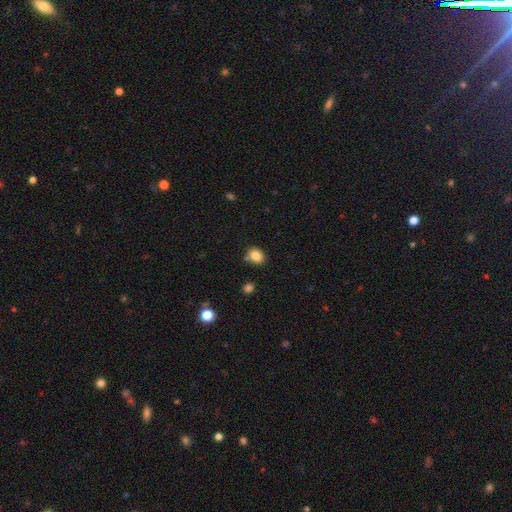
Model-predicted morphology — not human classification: Smooth or featured? smooth (84%)
How rounded? in between (54%)
Merging? none (76%)